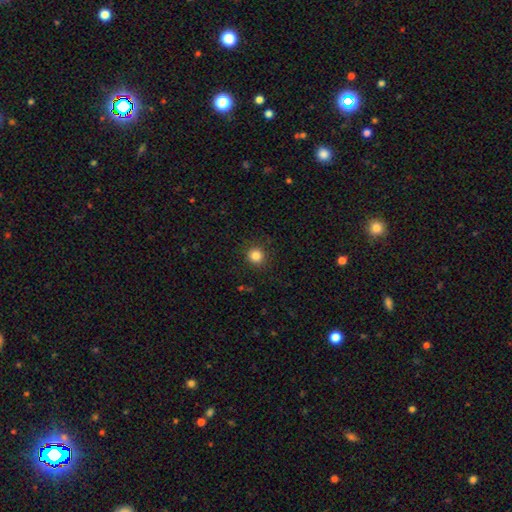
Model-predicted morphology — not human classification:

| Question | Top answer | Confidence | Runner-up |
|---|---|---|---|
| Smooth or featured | smooth | 84% | star or artifact (12%) |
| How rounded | round | 94% | in between (6%) |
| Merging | none | 90% | minor disturbance (6%) |